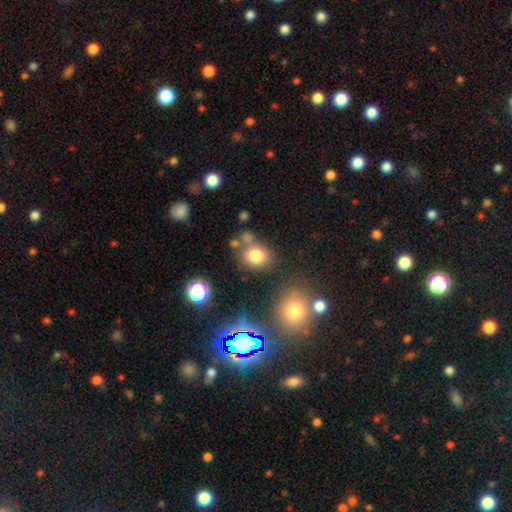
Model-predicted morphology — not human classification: type=smooth (78%); roundness=round (64%); merging=none (63%).